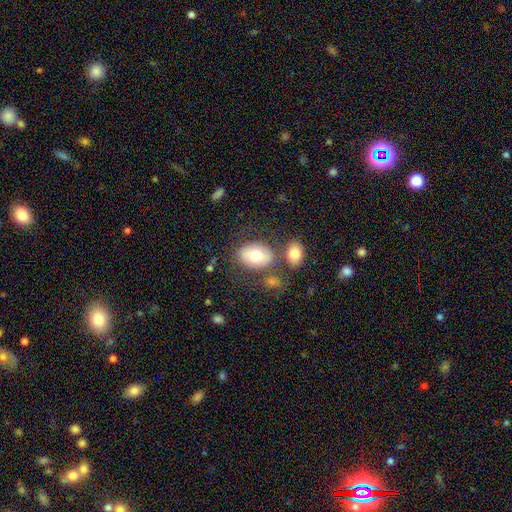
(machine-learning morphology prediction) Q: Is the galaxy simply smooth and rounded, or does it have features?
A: smooth — 71%.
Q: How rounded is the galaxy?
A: in between — 73%.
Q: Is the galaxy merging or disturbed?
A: none — 65%.